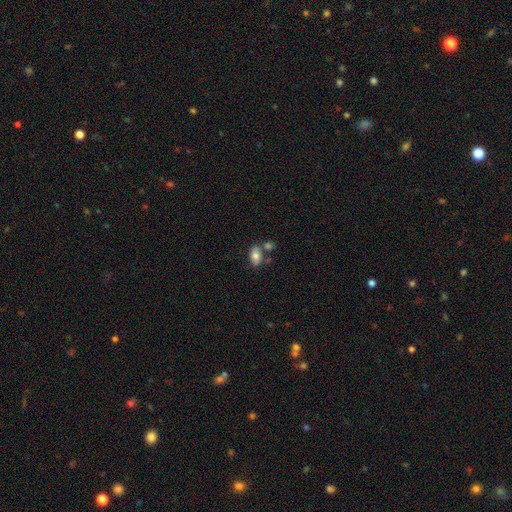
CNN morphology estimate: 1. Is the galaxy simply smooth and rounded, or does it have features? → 74% smooth, 18% featured or disk, 8% star or artifact.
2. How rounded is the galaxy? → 89% in between, 9% round, 3% cigar-shaped.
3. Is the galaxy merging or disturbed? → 55% none, 25% merger, 15% minor disturbance, 5% major disturbance.